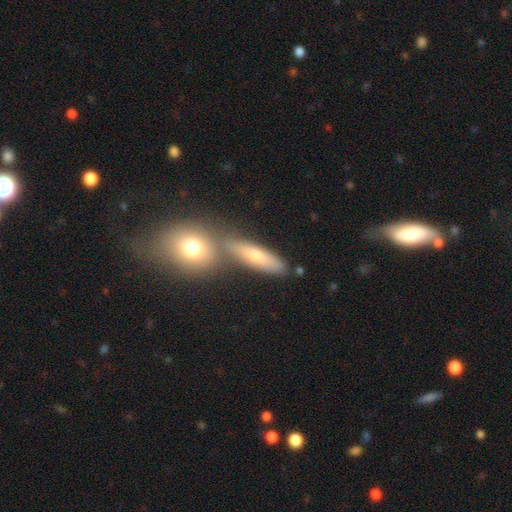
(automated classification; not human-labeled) A smooth galaxy with no disk features (70%) that is cigar-shaped (52%).

Vote fractions:
- Smooth or featured? smooth: 70% / featured or disk: 21% / star or artifact: 9%
- How rounded? cigar-shaped: 52% / in between: 41% / round: 7%
- Merging? none: 63% / merger: 23% / minor disturbance: 11% / major disturbance: 4%